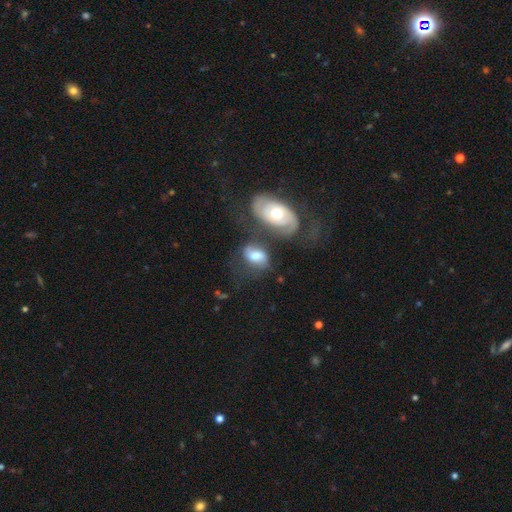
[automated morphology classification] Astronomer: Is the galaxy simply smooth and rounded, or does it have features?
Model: featured or disk — 50% (runner-up: smooth, 42%).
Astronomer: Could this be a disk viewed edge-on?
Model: no — 95%.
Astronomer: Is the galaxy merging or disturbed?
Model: none — 36% (runner-up: merger, 29%).